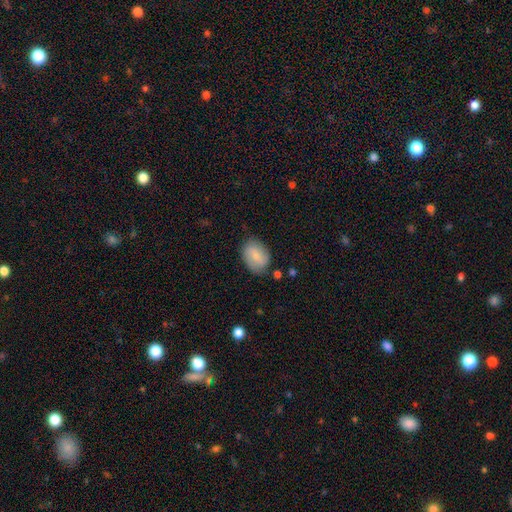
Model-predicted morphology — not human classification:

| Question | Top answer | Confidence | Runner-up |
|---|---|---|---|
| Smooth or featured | smooth | 73% | featured or disk (20%) |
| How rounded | in between | 76% | round (23%) |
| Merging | none | 75% | minor disturbance (19%) |